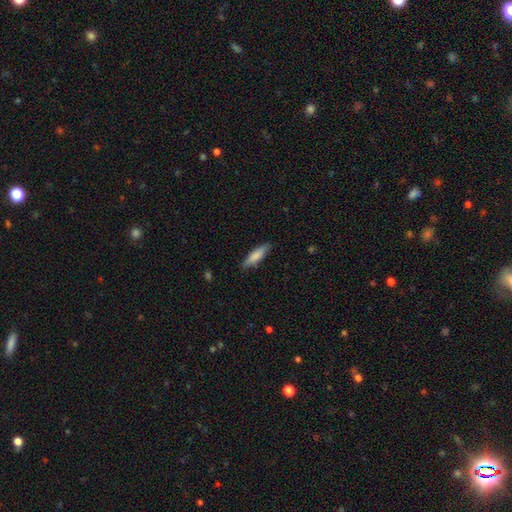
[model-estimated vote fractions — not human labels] smooth-or-featured: smooth: 80% | featured or disk: 15% | star or artifact: 6%
  how-rounded: cigar-shaped: 65% | in between: 33% | round: 2%
  merging: none: 85% | minor disturbance: 12% | major disturbance: 2% | merger: 1%